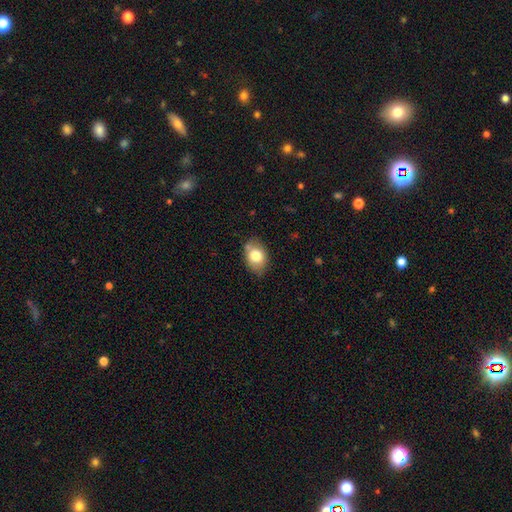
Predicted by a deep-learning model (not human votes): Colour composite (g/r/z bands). It shows a smooth galaxy with no disk features (77%) that is in between round and cigar-shaped (75%). Merging: none (75%).